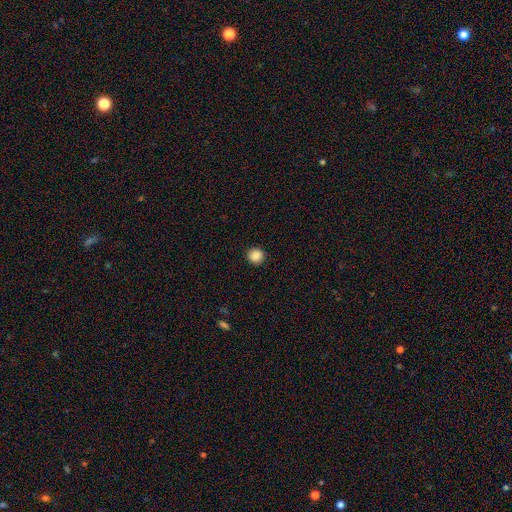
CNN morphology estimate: Smooth or featured?
  - smooth: 87% *
  - star or artifact: 10%
  - featured or disk: 3%
How rounded?
  - round: 95% *
  - in between: 4%
  - cigar-shaped: 1%
Merging?
  - none: 93% *
  - minor disturbance: 4%
  - major disturbance: 2%
  - merger: 1%